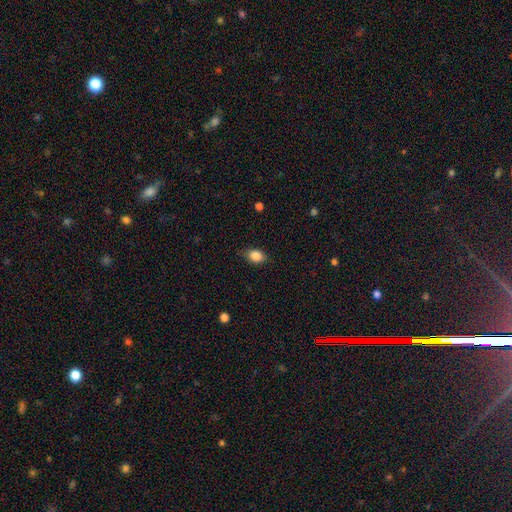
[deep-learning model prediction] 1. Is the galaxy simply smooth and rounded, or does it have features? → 86% smooth, 9% star or artifact, 5% featured or disk.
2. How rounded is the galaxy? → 75% in between, 24% round, 1% cigar-shaped.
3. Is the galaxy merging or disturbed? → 82% none, 14% minor disturbance, 3% major disturbance, 1% merger.